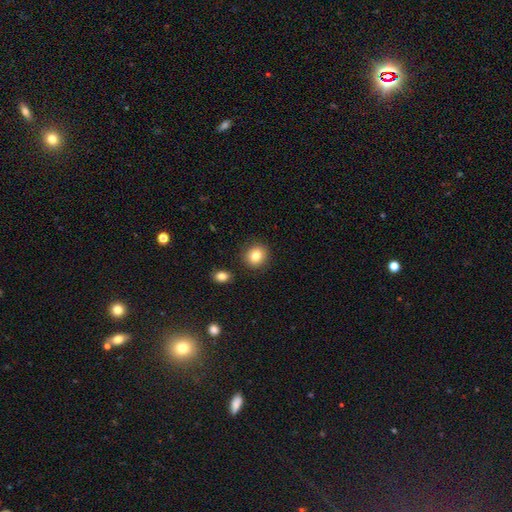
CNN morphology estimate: Smooth or featured? Predicted: smooth (p=0.82). How rounded? Predicted: round (p=0.76). Merging? Predicted: none (p=0.88).